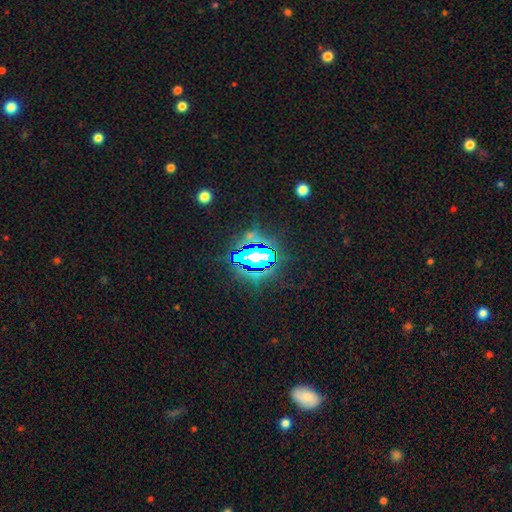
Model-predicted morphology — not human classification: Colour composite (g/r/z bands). It shows a star or artifact, not a galaxy (77%).